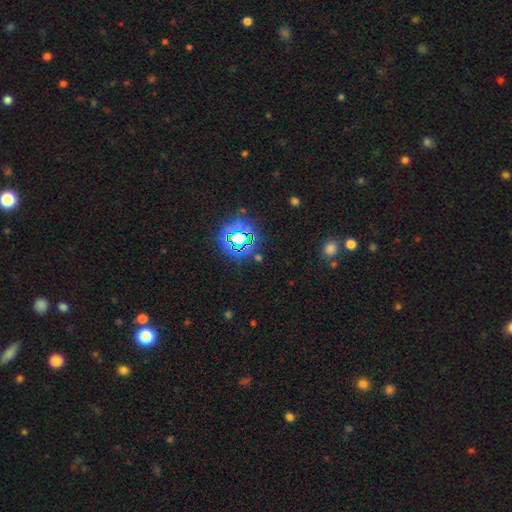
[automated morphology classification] smooth-or-featured: star or artifact: 77% | smooth: 15% | featured or disk: 8%